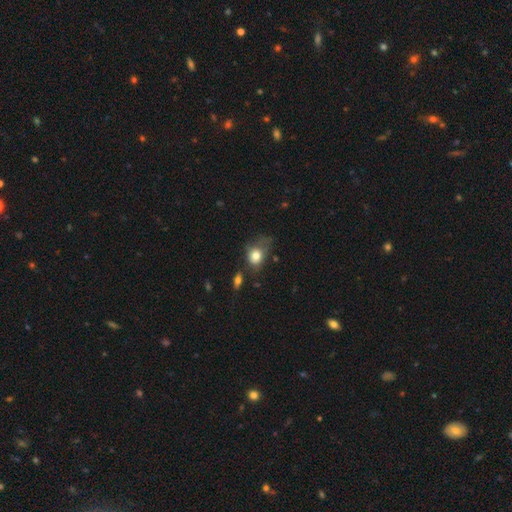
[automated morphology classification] Q: Smooth or featured?
A: smooth (77%); runner-up: featured or disk (14%)
Q: How rounded?
A: in between (50%); runner-up: round (48%)
Q: Merging?
A: minor disturbance (33%); runner-up: none (30%)